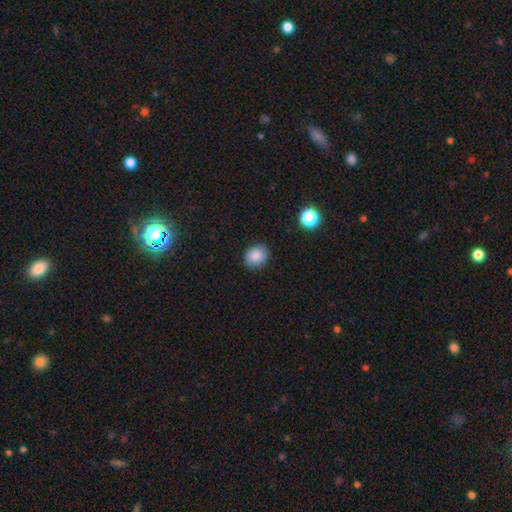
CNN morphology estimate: smooth 84%, star or artifact 9%, featured or disk 6%. Down the decision tree: how rounded — round (59%); merging — none (85%).